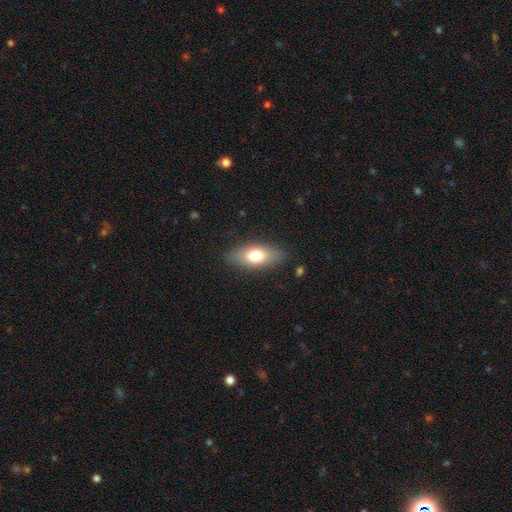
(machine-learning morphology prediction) Q: Smooth or featured?
A: smooth (72%); runner-up: featured or disk (21%)
Q: How rounded?
A: in between (83%); runner-up: cigar-shaped (13%)
Q: Merging?
A: none (84%); runner-up: minor disturbance (12%)